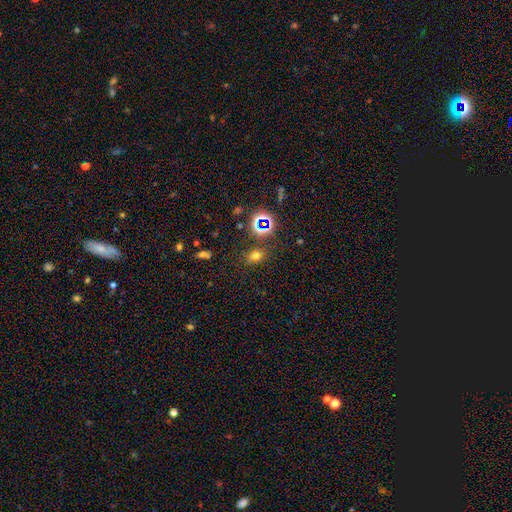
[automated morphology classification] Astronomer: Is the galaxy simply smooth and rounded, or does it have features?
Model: smooth — 63%.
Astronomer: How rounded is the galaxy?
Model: in between — 58% (runner-up: round, 40%).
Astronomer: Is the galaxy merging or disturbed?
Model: none — 80%.